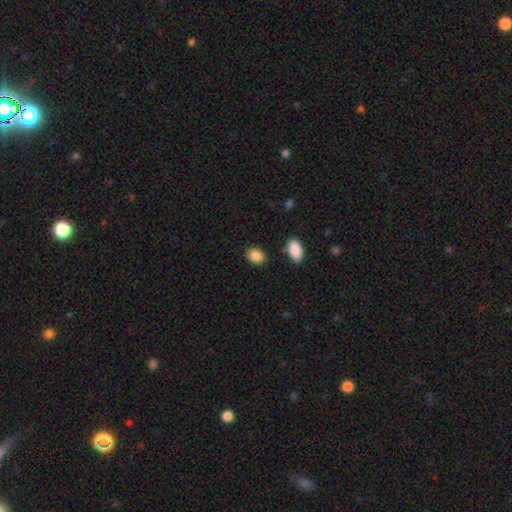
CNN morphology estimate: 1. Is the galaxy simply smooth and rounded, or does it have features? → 88% smooth, 8% star or artifact, 4% featured or disk.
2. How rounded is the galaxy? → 65% in between, 34% round, 1% cigar-shaped.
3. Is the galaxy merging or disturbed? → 85% none, 9% minor disturbance, 4% merger, 3% major disturbance.